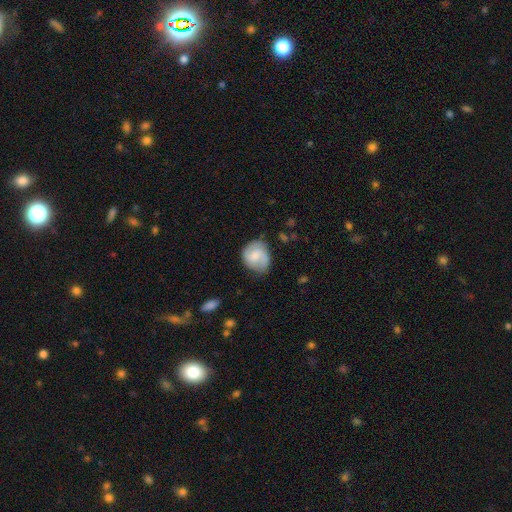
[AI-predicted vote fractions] The model was most divided on "bulge size": small: 41%, moderate: 37%, none: 16%, large: 4%, dominant: 1%. Remaining: edge-on disk — no (98%); spiral arms — yes (92%); spiral arm count — 2 (82%); merging — none (69%); smooth or featured — featured or disk (59%); bar — weak (49%); spiral winding — medium (48%).